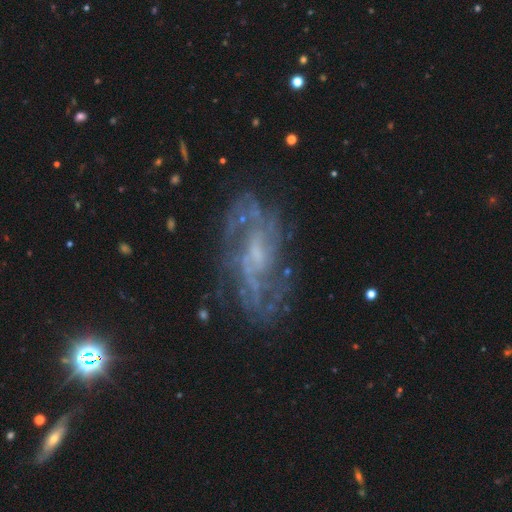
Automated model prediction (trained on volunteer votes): The model was most divided on "bar": weak: 45%, no: 43%, strong: 12%. Remaining: edge-on disk — no (94%); spiral arms — yes (86%); smooth or featured — featured or disk (80%); merging — none (71%); bulge size — small (51%); spiral winding — medium (44%); spiral arm count — can't tell (41%).